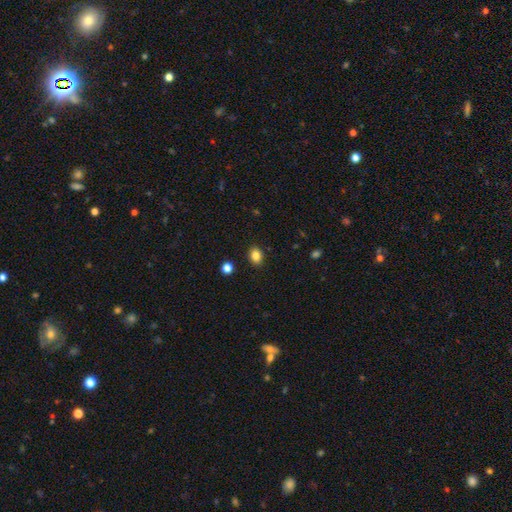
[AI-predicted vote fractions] Smooth or featured? smooth (85%)
How rounded? in between (62%)
Merging? none (89%)